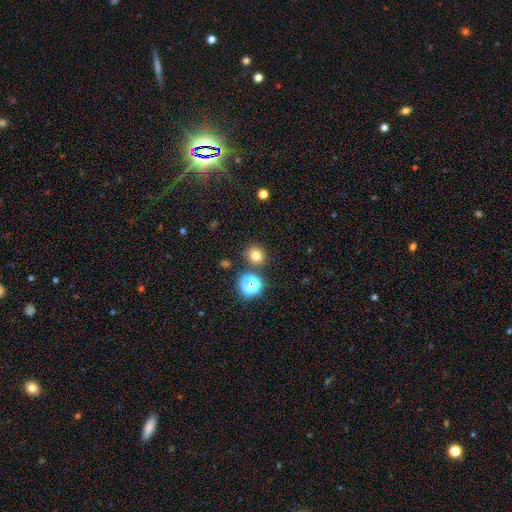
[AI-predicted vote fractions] Morphology: type=smooth (76%); roundness=round (86%); merging=none (84%).